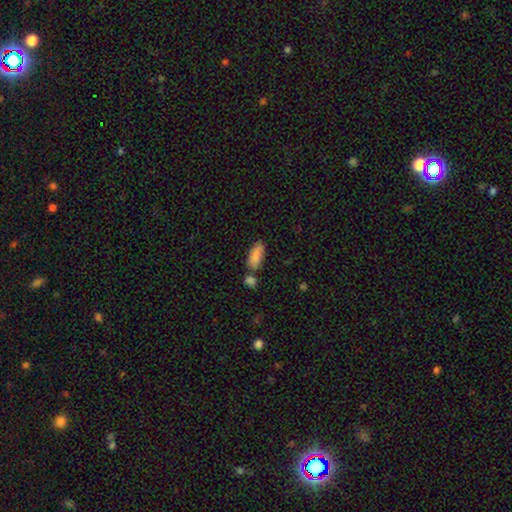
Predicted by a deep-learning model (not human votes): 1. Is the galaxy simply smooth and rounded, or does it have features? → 85% smooth, 7% featured or disk, 7% star or artifact.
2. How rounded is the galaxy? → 84% in between, 13% cigar-shaped, 3% round.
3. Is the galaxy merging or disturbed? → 58% none, 19% merger, 18% minor disturbance, 5% major disturbance.